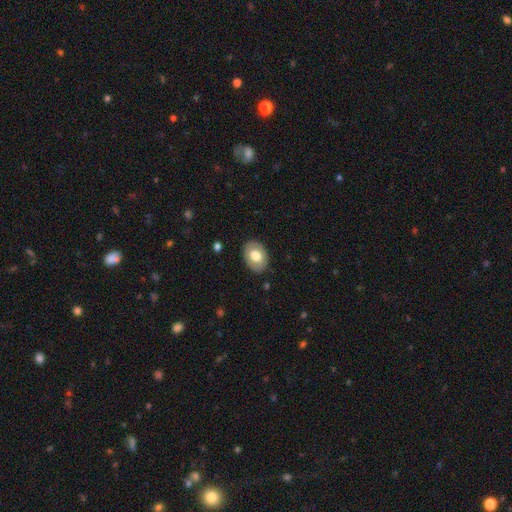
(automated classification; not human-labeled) A smooth galaxy with no disk features (70%) that is in between round and cigar-shaped (78%).

Vote fractions:
- Smooth or featured? smooth: 70% / featured or disk: 23% / star or artifact: 6%
- How rounded? in between: 78% / round: 21% / cigar-shaped: 1%
- Merging? none: 85% / minor disturbance: 11% / major disturbance: 3% / merger: 1%